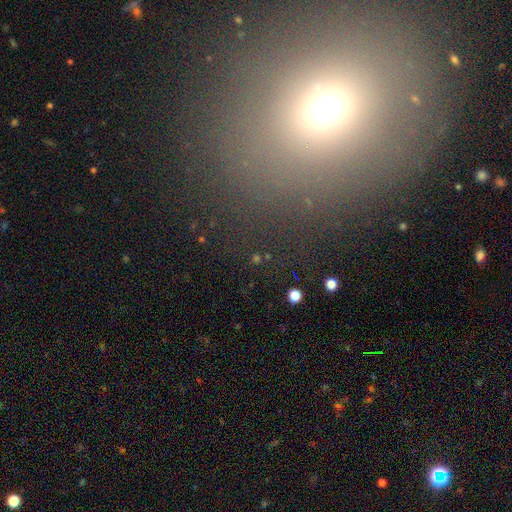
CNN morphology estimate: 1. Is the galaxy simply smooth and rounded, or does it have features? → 44% star or artifact, 42% smooth, 14% featured or disk.